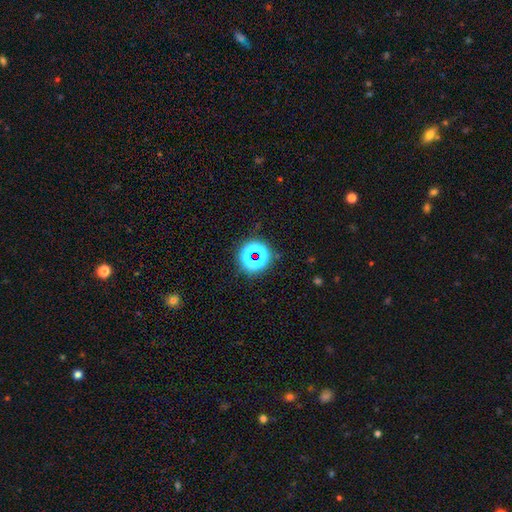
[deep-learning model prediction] Smooth or featured?
  - star or artifact: 59% *
  - smooth: 29%
  - featured or disk: 12%